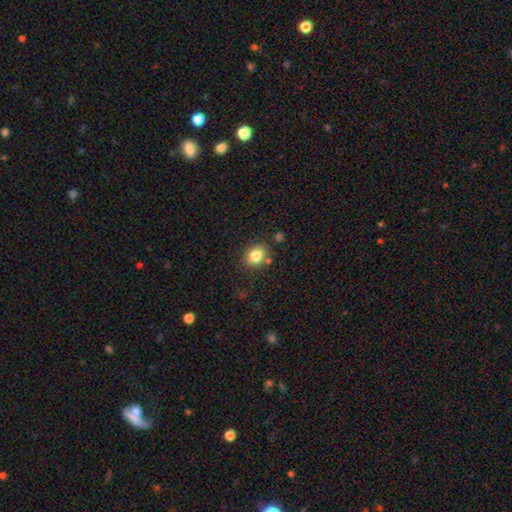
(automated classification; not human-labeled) Morphology: type=smooth (83%); roundness=round (55%); merging=none (80%).